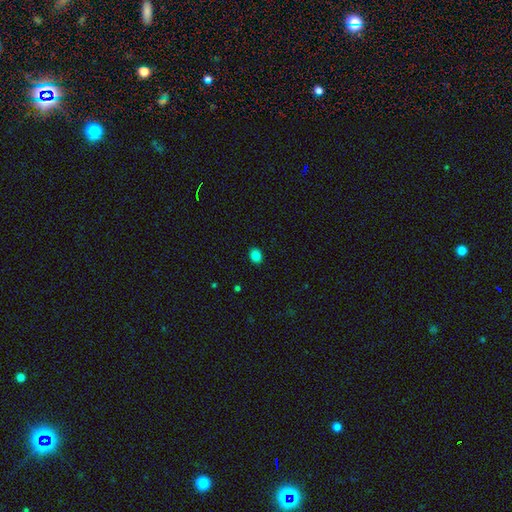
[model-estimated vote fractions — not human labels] smooth 84%, star or artifact 12%, featured or disk 4%. Down the decision tree: how rounded — in between (53%); merging — none (90%).